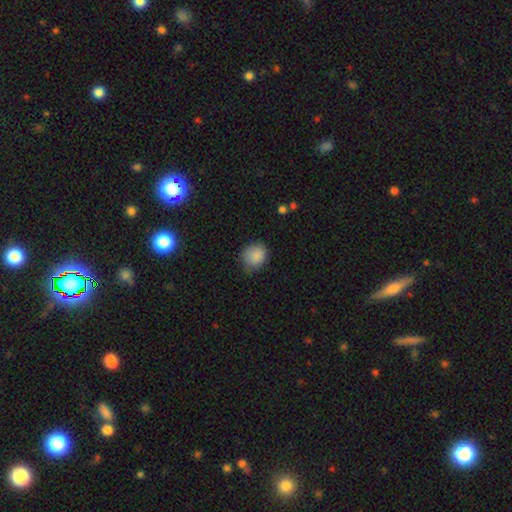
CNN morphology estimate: A smooth galaxy with no disk features (86%) that is round (71%).

Vote fractions:
- Smooth or featured? smooth: 86% / star or artifact: 8% / featured or disk: 5%
- How rounded? round: 71% / in between: 28% / cigar-shaped: 1%
- Merging? none: 62% / minor disturbance: 31% / major disturbance: 6% / merger: 2%